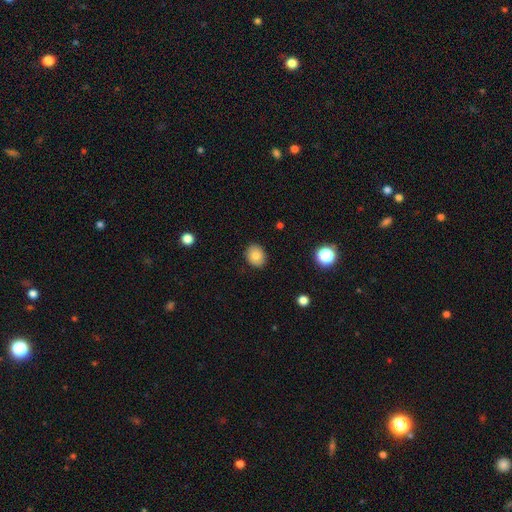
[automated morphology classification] type=smooth (82%); roundness=round (56%); merging=none (88%).